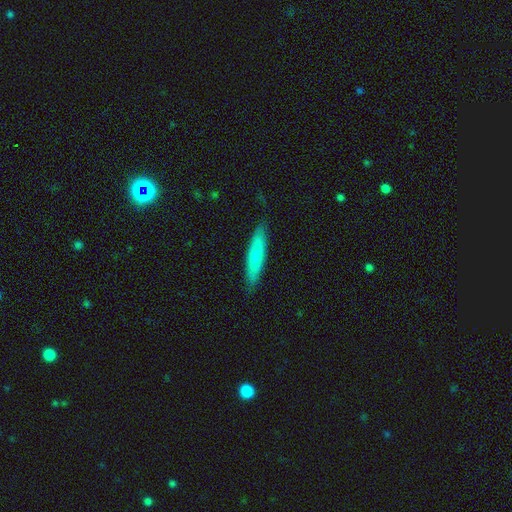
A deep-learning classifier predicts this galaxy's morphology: smooth-or-featured: smooth: 70% | featured or disk: 24% | star or artifact: 5%
  how-rounded: cigar-shaped: 85% | in between: 13% | round: 1%
  merging: none: 86% | minor disturbance: 11% | major disturbance: 2% | merger: 1%